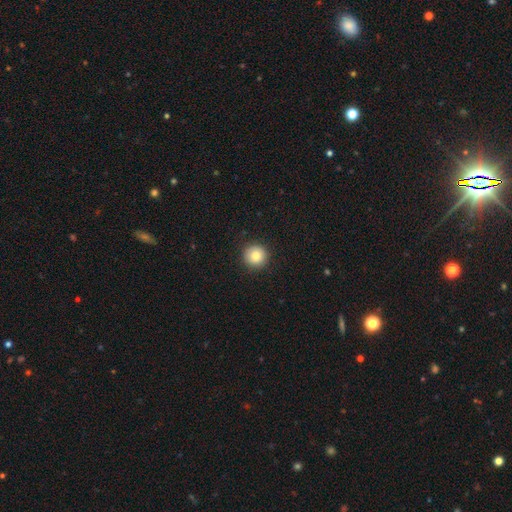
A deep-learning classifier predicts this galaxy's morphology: Smooth or featured? Predicted: smooth (p=0.84). How rounded? Predicted: round (p=0.95). Merging? Predicted: none (p=0.92).